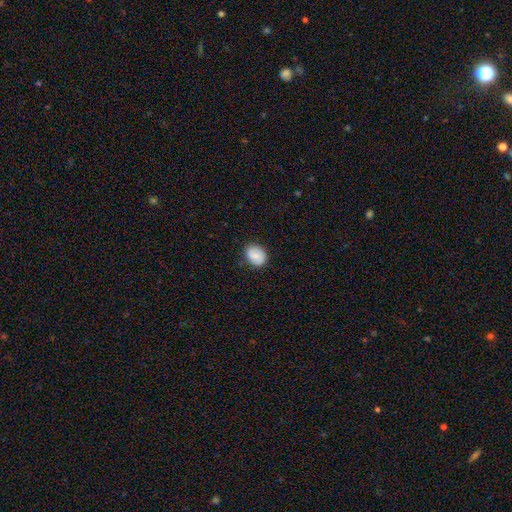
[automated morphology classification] Smooth or featured: smooth — 74% (featured or disk — 18%)
How rounded: in between — 50% (round — 49%)
Merging: none — 81% (minor disturbance — 14%)